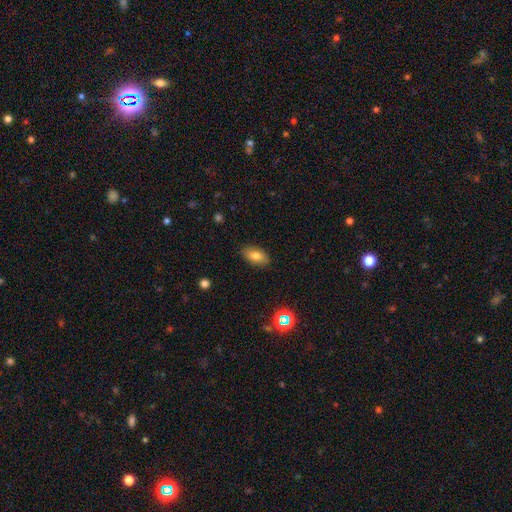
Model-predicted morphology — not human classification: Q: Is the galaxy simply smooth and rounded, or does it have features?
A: smooth — 77%.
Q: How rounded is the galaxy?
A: in between — 91%.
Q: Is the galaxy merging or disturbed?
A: none — 87%.